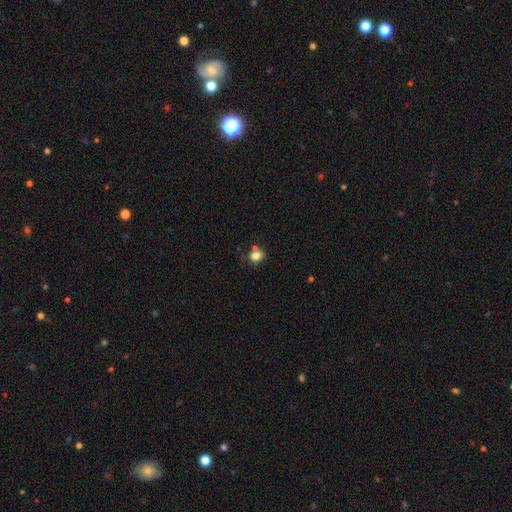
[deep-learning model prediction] Q: Smooth or featured?
A: smooth (81%); runner-up: star or artifact (12%)
Q: How rounded?
A: round (68%); runner-up: in between (31%)
Q: Merging?
A: none (61%); runner-up: merger (17%)